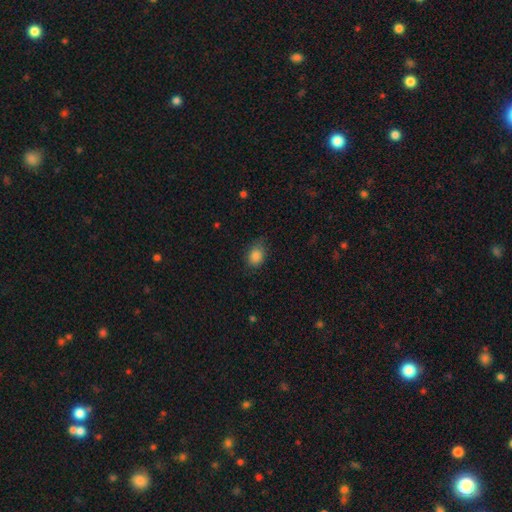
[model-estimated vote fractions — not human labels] smooth-or-featured: smooth: 86% | star or artifact: 10% | featured or disk: 4%
  how-rounded: in between: 67% | round: 32% | cigar-shaped: 1%
  merging: none: 69% | minor disturbance: 24% | major disturbance: 6% | merger: 1%